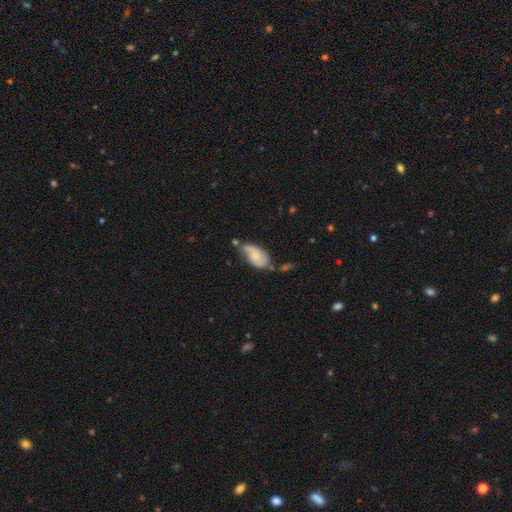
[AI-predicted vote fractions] A smooth galaxy with no disk features (54%) that is in between round and cigar-shaped (91%). Merging: none (38%).